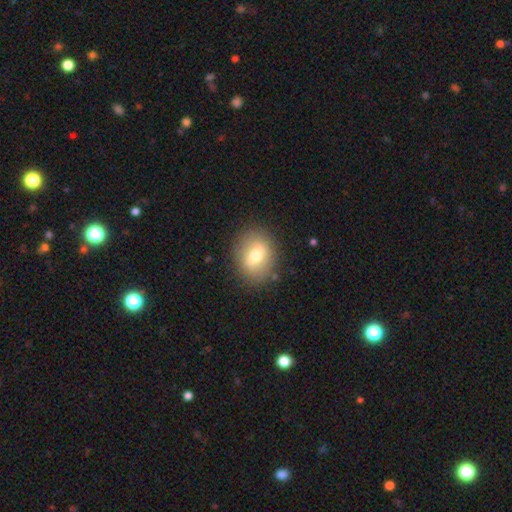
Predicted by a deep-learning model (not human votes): This is likely a smooth galaxy (60%). How rounded: possibly round (55%). Merging: clearly none (84%).